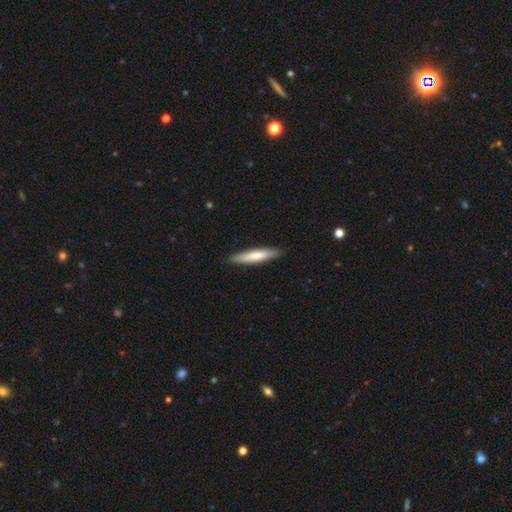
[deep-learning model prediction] smooth_or_featured: smooth (p=0.72) [alt: featured or disk p=0.23]
how_rounded: cigar-shaped (p=0.89) [alt: in between p=0.10]
merging: none (p=0.90) [alt: minor disturbance p=0.08]